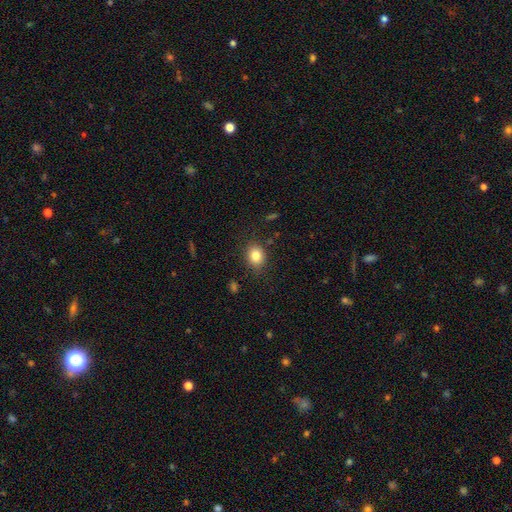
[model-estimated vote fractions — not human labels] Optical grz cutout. It shows a smooth galaxy with no disk features (83%) that is round (59%). Merging: none (84%).